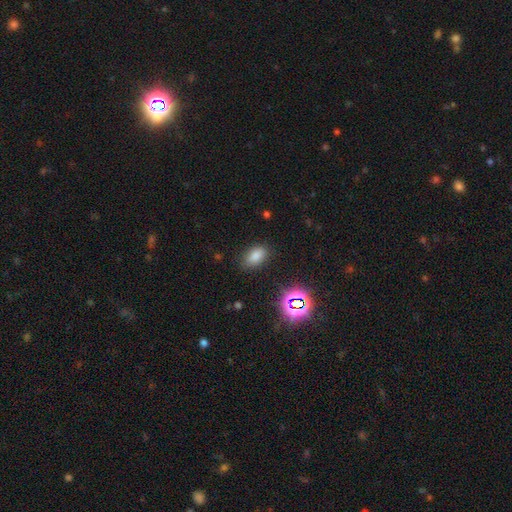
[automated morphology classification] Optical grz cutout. It shows a smooth galaxy with no disk features (77%) that is in between round and cigar-shaped (89%). Merging: none (82%).